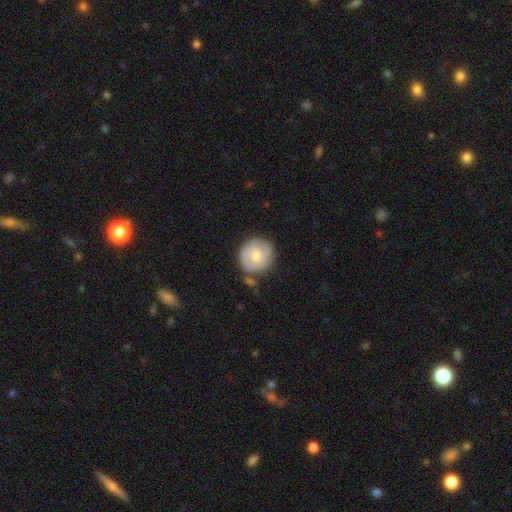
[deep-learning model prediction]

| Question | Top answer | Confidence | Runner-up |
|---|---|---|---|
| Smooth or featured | smooth | 61% | featured or disk (33%) |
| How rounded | round | 94% | in between (5%) |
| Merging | none | 76% | minor disturbance (14%) |